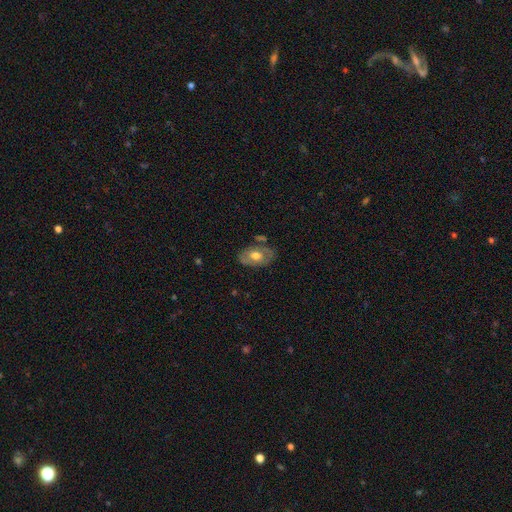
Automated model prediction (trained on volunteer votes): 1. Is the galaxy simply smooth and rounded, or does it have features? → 49% featured or disk, 45% smooth, 6% star or artifact.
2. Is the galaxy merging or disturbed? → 71% none, 19% minor disturbance, 6% major disturbance, 5% merger.